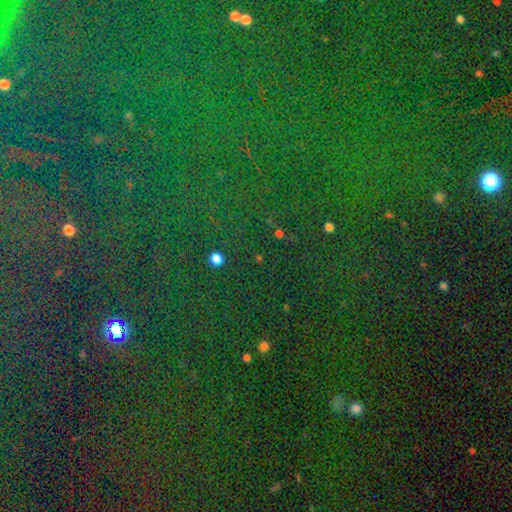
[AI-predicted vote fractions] The model was most divided on "smooth or featured": star or artifact: 81%, smooth: 11%, featured or disk: 8%.